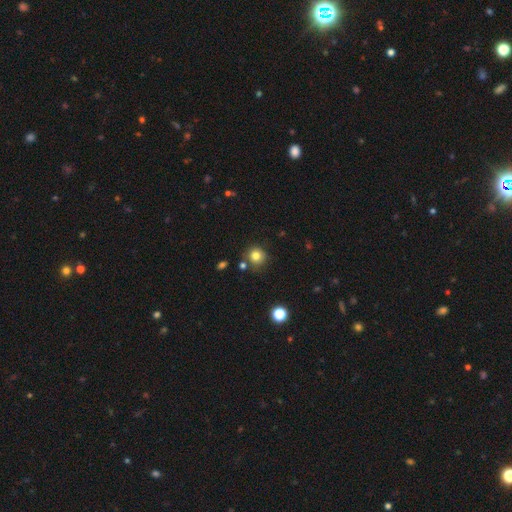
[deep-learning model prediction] This is clearly a smooth galaxy (80%). How rounded: clearly round (91%). Merging: likely none (79%).